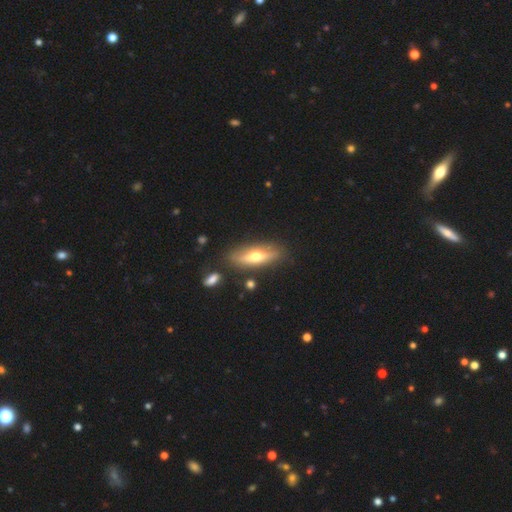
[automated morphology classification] smooth-or-featured: featured or disk: 50% | smooth: 44% | star or artifact: 6%
  merging: none: 80% | minor disturbance: 12% | merger: 4% | major disturbance: 3%